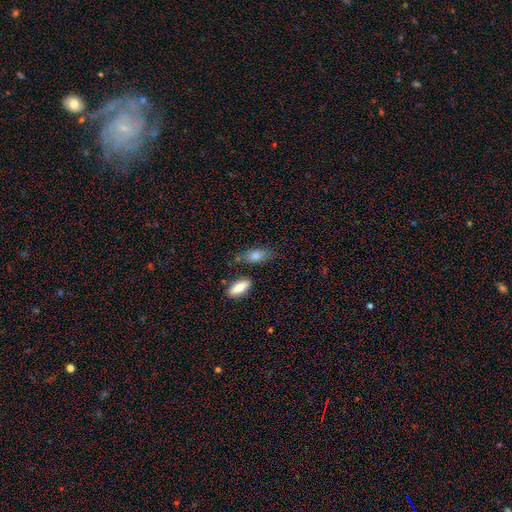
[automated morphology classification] Smooth or featured? smooth (82%)
How rounded? in between (80%)
Merging? none (63%)